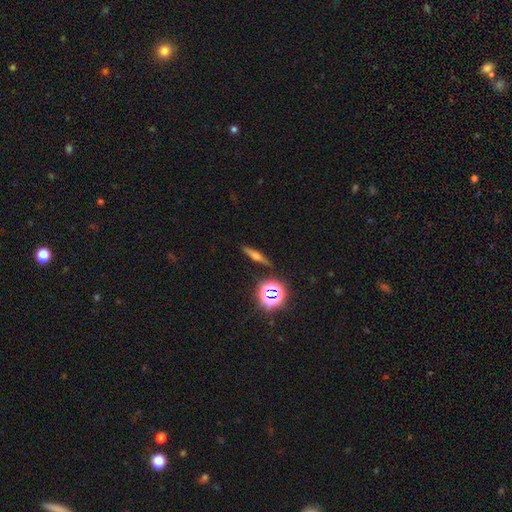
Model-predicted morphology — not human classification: A smooth galaxy with no disk features (42%). Merging: none (87%).